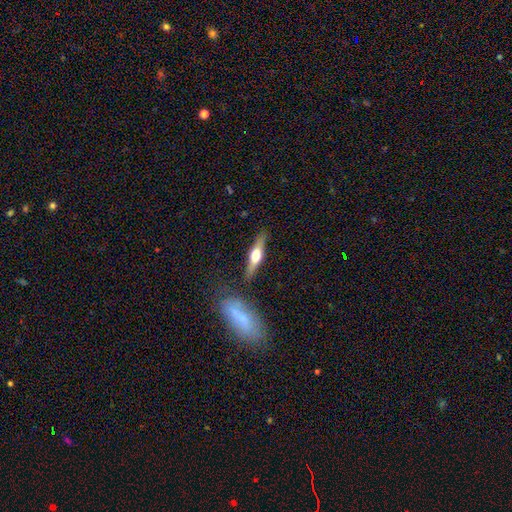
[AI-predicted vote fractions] Smooth or featured: featured or disk — 58% (smooth — 36%)
Edge-on disk: yes — 93% (no — 7%)
Edge-on bulge: rounded — 94% (boxy — 4%)
Merging: none — 80% (minor disturbance — 11%)